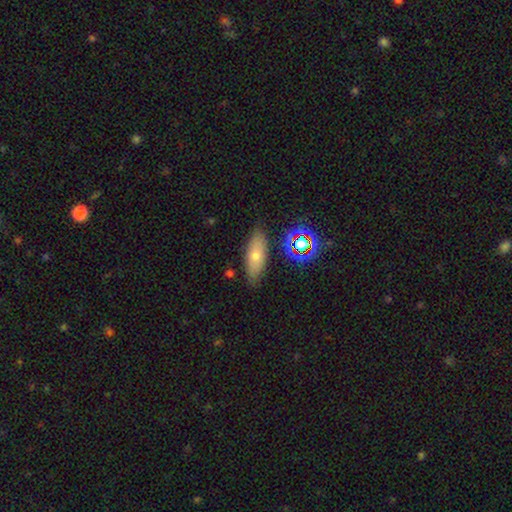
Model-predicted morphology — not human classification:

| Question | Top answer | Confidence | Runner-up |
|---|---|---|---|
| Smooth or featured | smooth | 63% | featured or disk (24%) |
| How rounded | in between | 69% | cigar-shaped (25%) |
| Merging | none | 83% | minor disturbance (12%) |